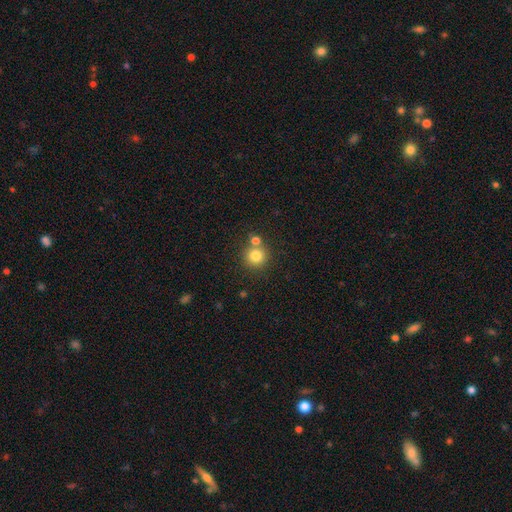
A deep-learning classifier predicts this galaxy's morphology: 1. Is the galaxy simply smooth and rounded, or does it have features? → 80% smooth, 12% star or artifact, 8% featured or disk.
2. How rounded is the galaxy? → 92% round, 7% in between, 1% cigar-shaped.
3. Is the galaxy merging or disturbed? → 66% none, 24% merger, 7% minor disturbance, 3% major disturbance.